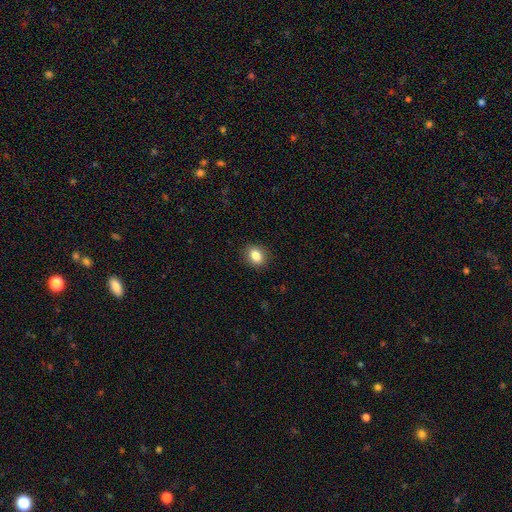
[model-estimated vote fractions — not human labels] Smooth or featured?
  - smooth: 85% *
  - star or artifact: 9%
  - featured or disk: 5%
How rounded?
  - in between: 56% *
  - round: 43%
  - cigar-shaped: 1%
Merging?
  - none: 89% *
  - minor disturbance: 8%
  - major disturbance: 2%
  - merger: 1%